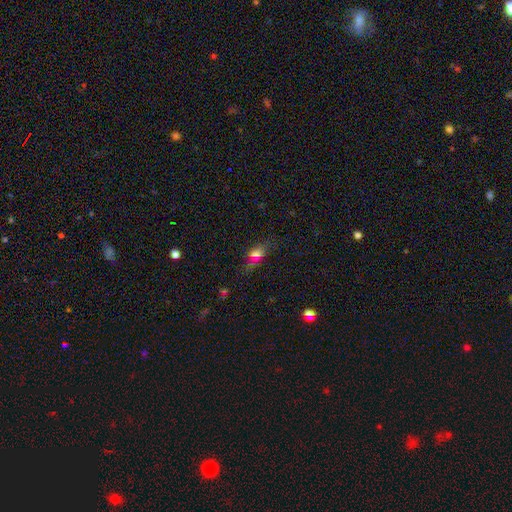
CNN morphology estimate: Smooth or featured? Predicted: smooth (p=0.55). How rounded? Predicted: in between (p=0.73). Merging? Predicted: none (p=0.72).